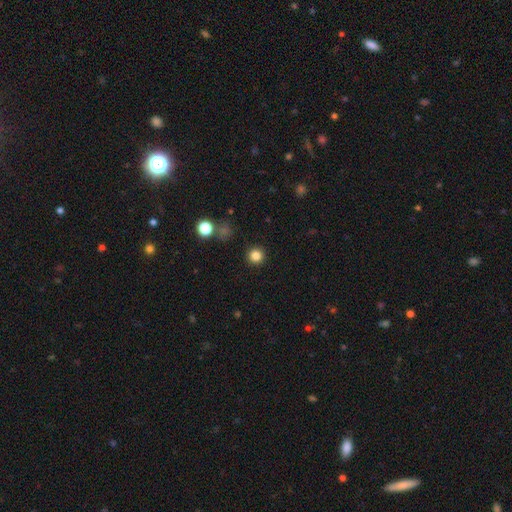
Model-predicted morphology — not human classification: smooth_or_featured: smooth (p=0.83) [alt: star or artifact p=0.12]
how_rounded: round (p=0.95) [alt: in between p=0.04]
merging: none (p=0.92) [alt: minor disturbance p=0.05]